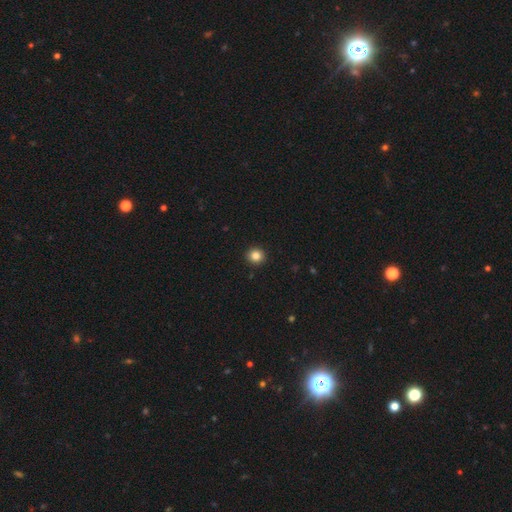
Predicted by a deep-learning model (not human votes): Smooth or featured? smooth (84%)
How rounded? round (92%)
Merging? none (93%)